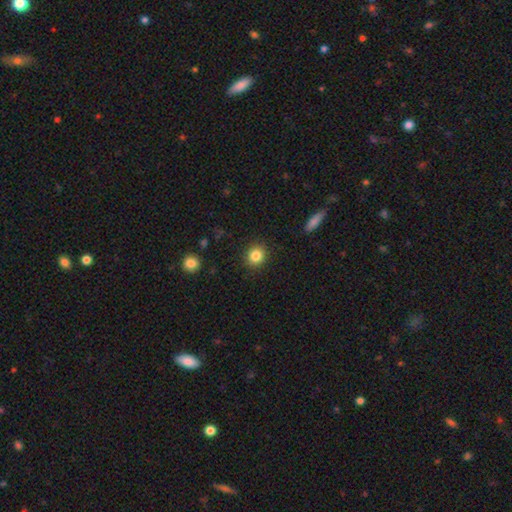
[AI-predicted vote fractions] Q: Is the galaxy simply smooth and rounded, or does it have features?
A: smooth — 84%.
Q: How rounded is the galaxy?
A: round — 85%.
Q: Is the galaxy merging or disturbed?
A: none — 90%.